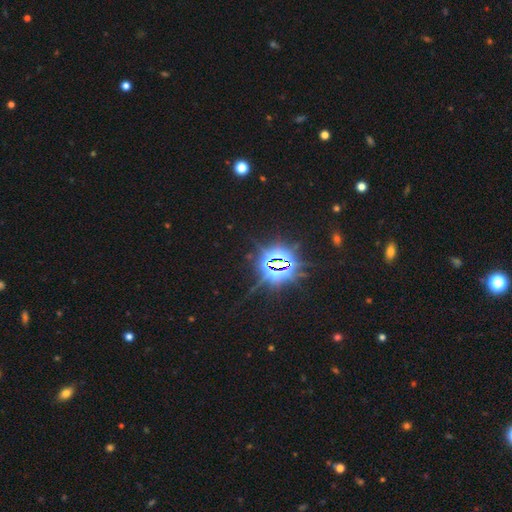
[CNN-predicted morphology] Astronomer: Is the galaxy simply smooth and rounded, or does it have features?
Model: star or artifact — 84%.